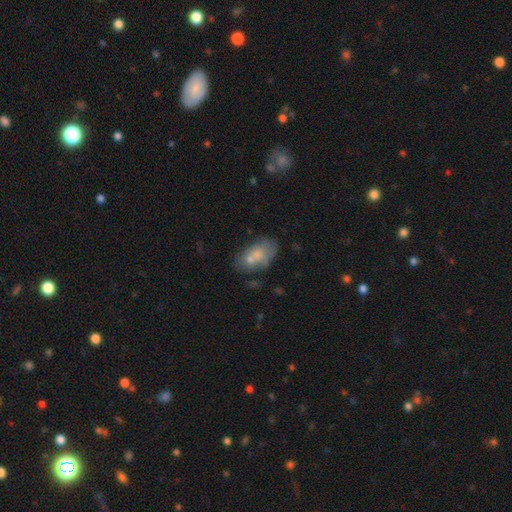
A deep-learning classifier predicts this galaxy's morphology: Smooth or featured: smooth — 63% (featured or disk — 28%)
How rounded: in between — 90% (round — 7%)
Merging: none — 43% (merger — 25%)